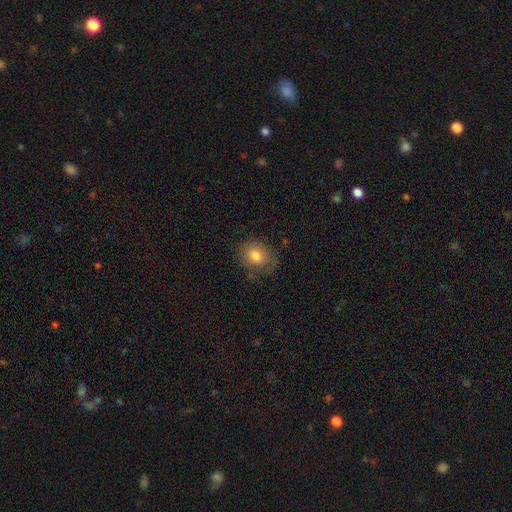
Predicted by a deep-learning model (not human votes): Smooth or featured: smooth — 80% (featured or disk — 11%)
How rounded: round — 61% (in between — 38%)
Merging: none — 72% (minor disturbance — 20%)